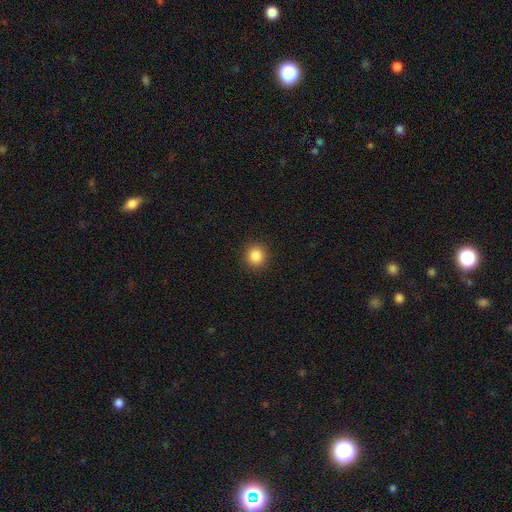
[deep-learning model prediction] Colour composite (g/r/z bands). It shows a smooth galaxy with no disk features (86%) that is round (91%). Merging: none (92%).